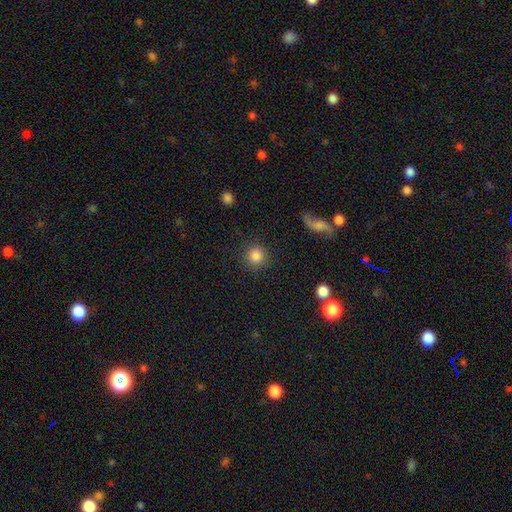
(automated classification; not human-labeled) A smooth galaxy with no disk features (85%) that is round (93%).

Vote fractions:
- Smooth or featured? smooth: 85% / star or artifact: 10% / featured or disk: 5%
- How rounded? round: 93% / in between: 6% / cigar-shaped: 1%
- Merging? none: 88% / minor disturbance: 7% / major disturbance: 3% / merger: 2%